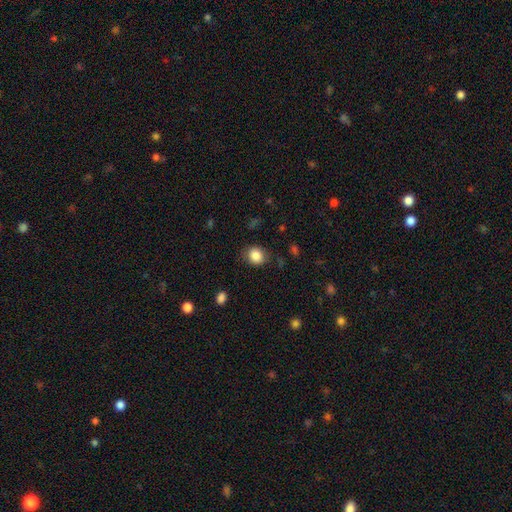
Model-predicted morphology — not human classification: Smooth or featured? smooth (85%)
How rounded? round (68%)
Merging? none (79%)